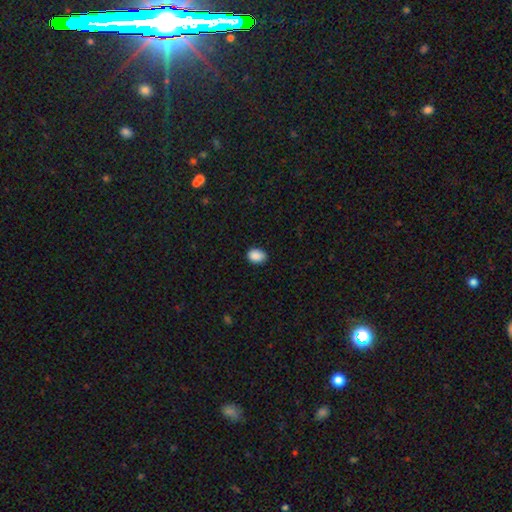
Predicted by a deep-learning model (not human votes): smooth 89%, star or artifact 8%, featured or disk 3%. Down the decision tree: how rounded — in between (72%); merging — none (84%).